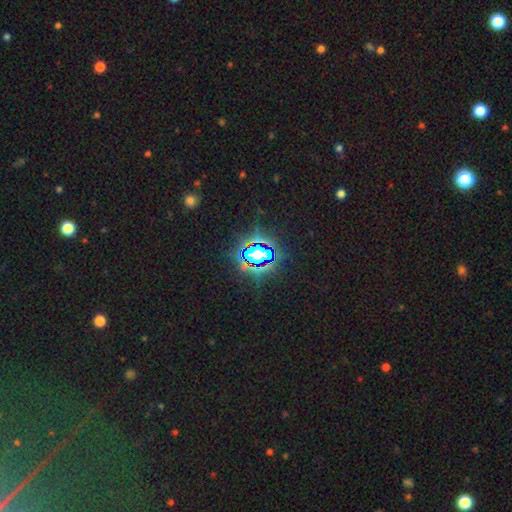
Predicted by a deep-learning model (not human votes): This is likely a star or artifact rather than a galaxy (73%).